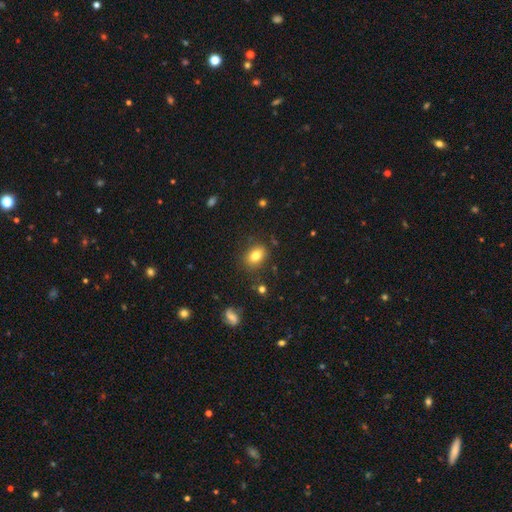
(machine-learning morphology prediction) Smooth or featured?
  - smooth: 80% *
  - star or artifact: 11%
  - featured or disk: 9%
How rounded?
  - in between: 70% *
  - round: 29%
  - cigar-shaped: 1%
Merging?
  - none: 84% *
  - minor disturbance: 11%
  - major disturbance: 3%
  - merger: 2%